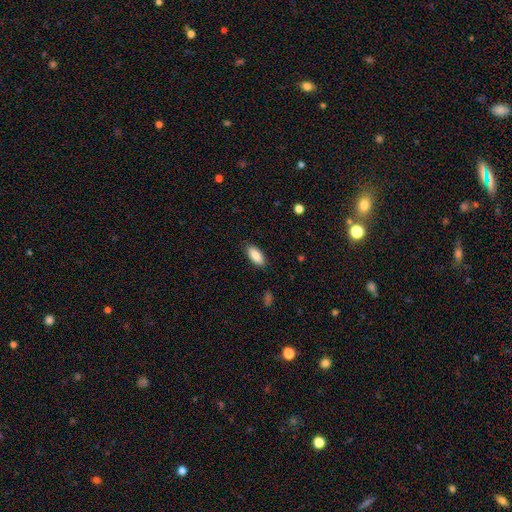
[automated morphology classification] smooth 87%, featured or disk 7%, star or artifact 6%. Down the decision tree: how rounded — in between (87%); merging — none (87%).